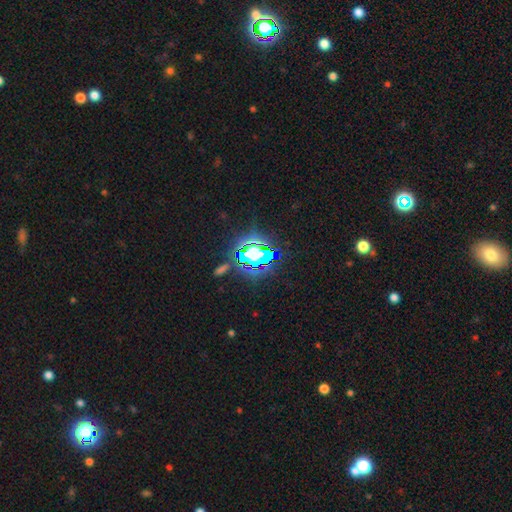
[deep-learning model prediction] smooth_or_featured: star or artifact (p=0.65) [alt: smooth p=0.22]